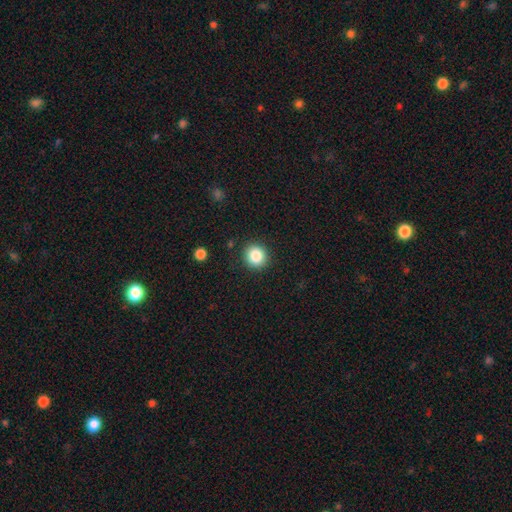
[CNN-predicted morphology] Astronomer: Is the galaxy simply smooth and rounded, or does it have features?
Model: smooth — 85%.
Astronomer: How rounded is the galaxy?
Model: round — 87%.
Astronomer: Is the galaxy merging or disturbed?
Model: none — 89%.